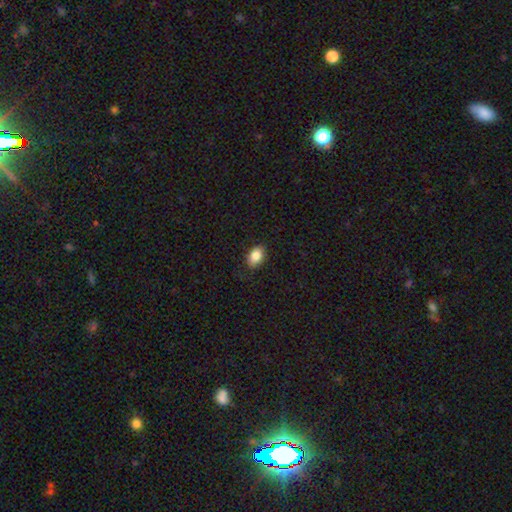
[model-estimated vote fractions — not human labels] Smooth or featured? Predicted: smooth (p=0.86). How rounded? Predicted: in between (p=0.85). Merging? Predicted: none (p=0.84).